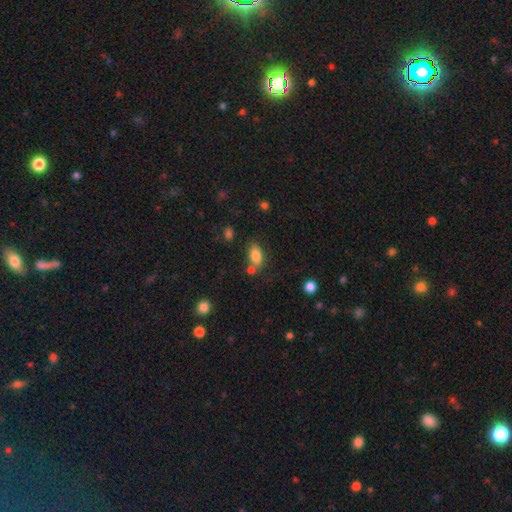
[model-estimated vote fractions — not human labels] Smooth or featured: smooth — 83% (star or artifact — 9%)
How rounded: in between — 89% (round — 8%)
Merging: none — 65% (merger — 17%)